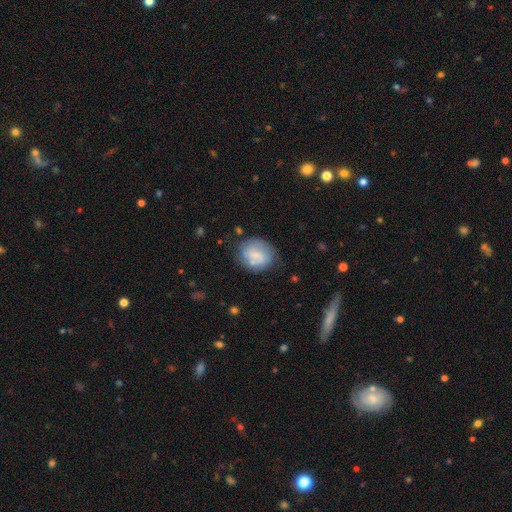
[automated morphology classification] smooth 60%, featured or disk 32%, star or artifact 8%. Down the decision tree: how rounded — round (58%); merging — none (64%).